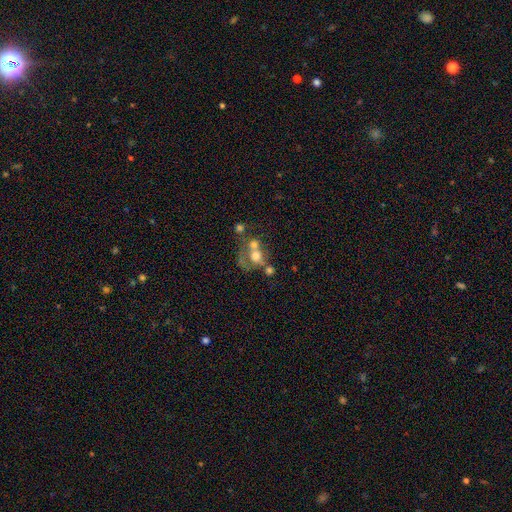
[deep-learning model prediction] smooth 55%, featured or disk 31%, star or artifact 14%. Down the decision tree: how rounded — round (64%); merging — merger (53%).